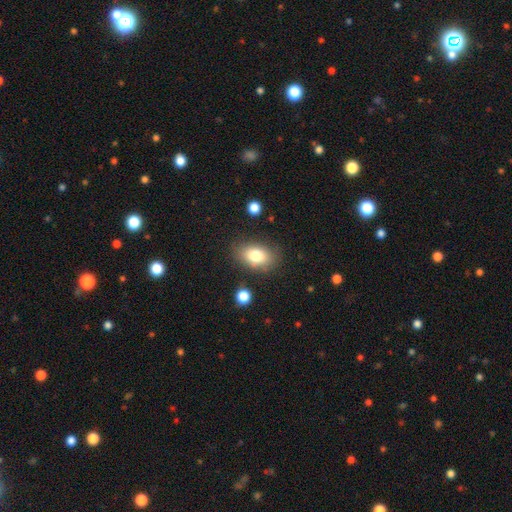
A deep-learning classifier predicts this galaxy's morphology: The model was most divided on "smooth or featured": smooth: 79%, featured or disk: 12%, star or artifact: 9%. More confident: how rounded — in between (84%); merging — none (80%).